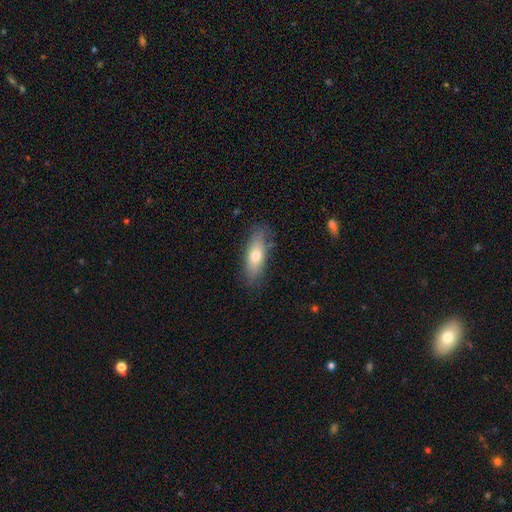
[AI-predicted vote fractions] A smooth galaxy with no disk features (69%) that is in between round and cigar-shaped (69%). Merging: none (77%).